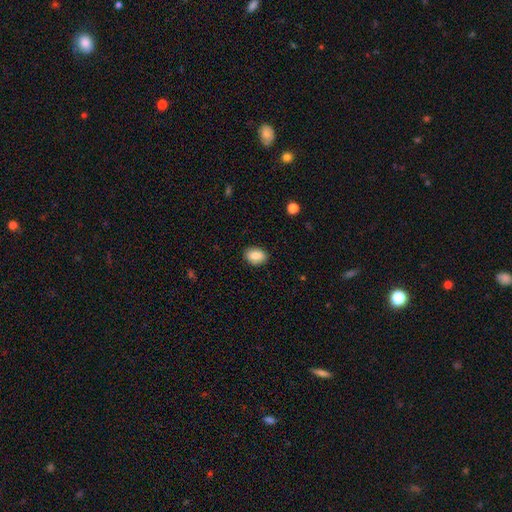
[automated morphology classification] Smooth or featured?
  - smooth: 85% *
  - featured or disk: 8%
  - star or artifact: 8%
How rounded?
  - in between: 78% *
  - round: 21%
  - cigar-shaped: 1%
Merging?
  - none: 88% *
  - minor disturbance: 9%
  - major disturbance: 2%
  - merger: 1%